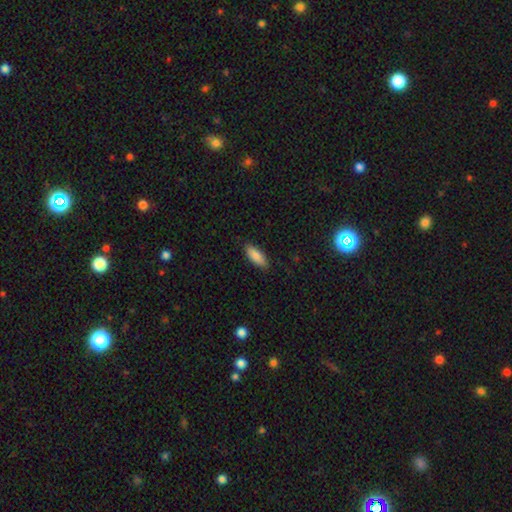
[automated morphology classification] smooth 88%, star or artifact 6%, featured or disk 6%. Down the decision tree: how rounded — in between (76%); merging — none (88%).